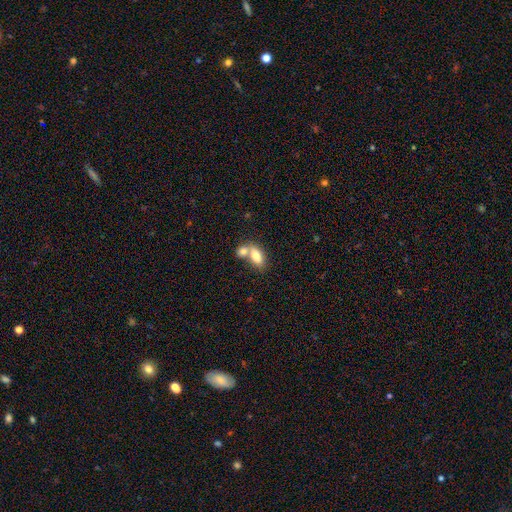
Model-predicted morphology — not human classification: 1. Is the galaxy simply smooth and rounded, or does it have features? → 80% smooth, 13% featured or disk, 7% star or artifact.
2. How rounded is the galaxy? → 88% in between, 8% round, 4% cigar-shaped.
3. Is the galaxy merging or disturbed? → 61% merger, 28% none, 7% minor disturbance, 4% major disturbance.